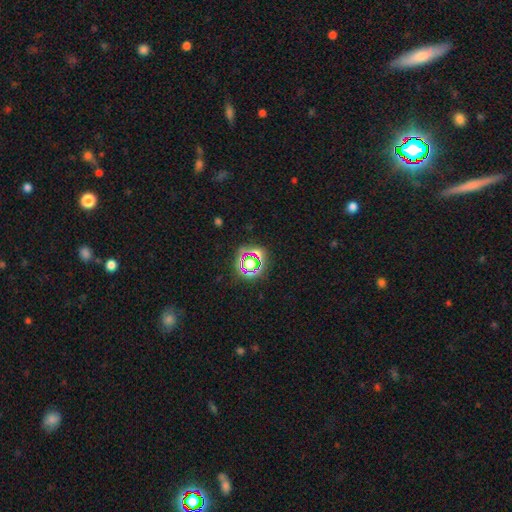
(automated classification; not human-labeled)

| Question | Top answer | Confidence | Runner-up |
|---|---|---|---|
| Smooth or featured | star or artifact | 59% | smooth (30%) |